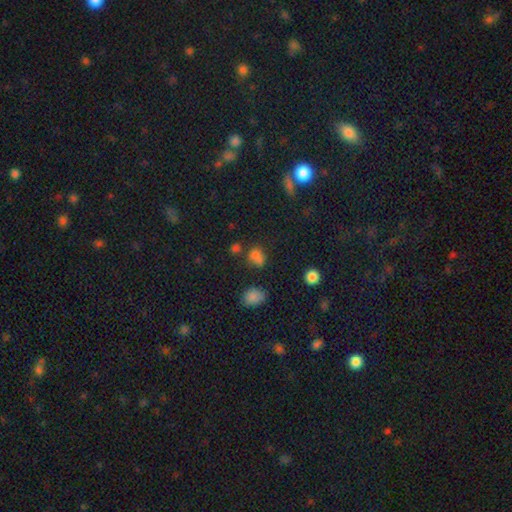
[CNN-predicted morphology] smooth_or_featured: smooth (p=0.67) [alt: star or artifact p=0.24]
how_rounded: round (p=0.50) [alt: in between p=0.48]
merging: none (p=0.55) [alt: merger p=0.19]